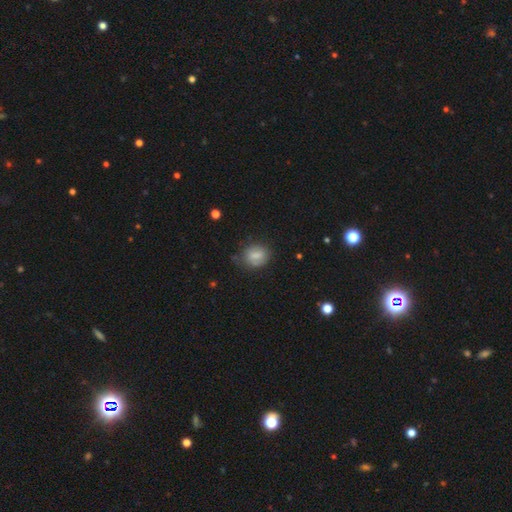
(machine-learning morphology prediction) Smooth or featured?
  - smooth: 73% *
  - featured or disk: 18%
  - star or artifact: 9%
How rounded?
  - round: 49% * (tied)
  - in between: 49% * (tied)
  - cigar-shaped: 2%
Merging?
  - none: 60% *
  - minor disturbance: 28%
  - major disturbance: 9%
  - merger: 3%